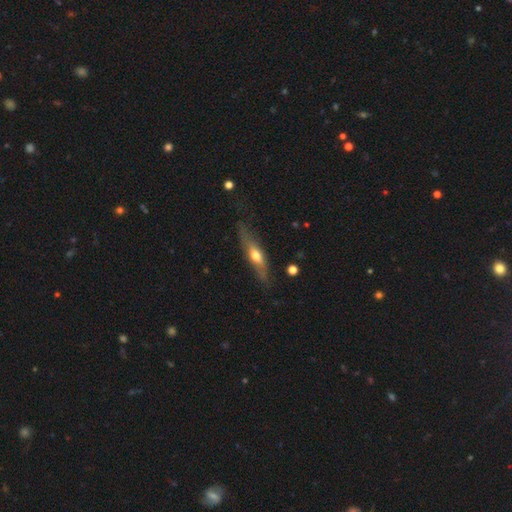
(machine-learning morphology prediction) type=featured or disk (53%); edge-on=yes (80%); merging=none (73%).